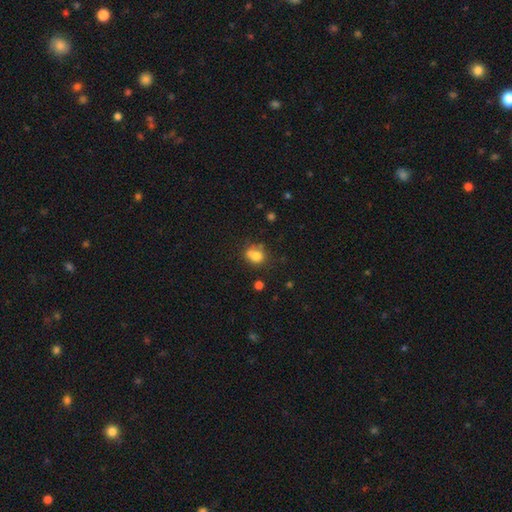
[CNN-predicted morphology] Overall: smooth (75%). How rounded: round (65%; in between 34%). Merging: none (48%; minor disturbance 23%).